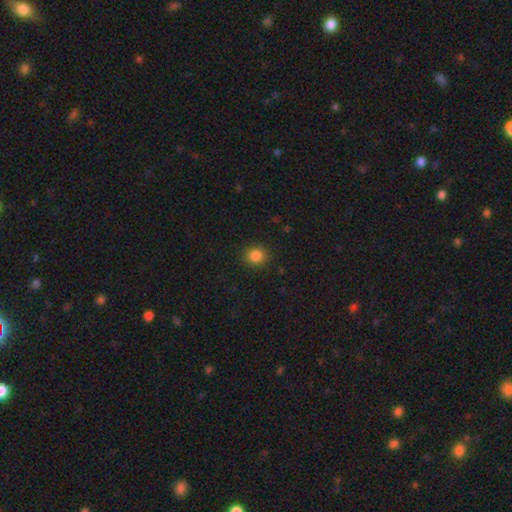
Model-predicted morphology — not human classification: smooth-or-featured: smooth: 84% | star or artifact: 12% | featured or disk: 4%
  how-rounded: round: 83% | in between: 16% | cigar-shaped: 1%
  merging: none: 88% | minor disturbance: 8% | major disturbance: 3% | merger: 1%